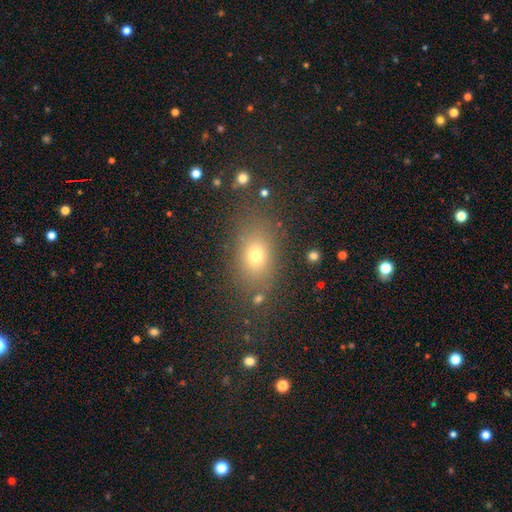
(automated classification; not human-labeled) Overall: smooth (70%). How rounded: in between (73%). Merging: none (80%).